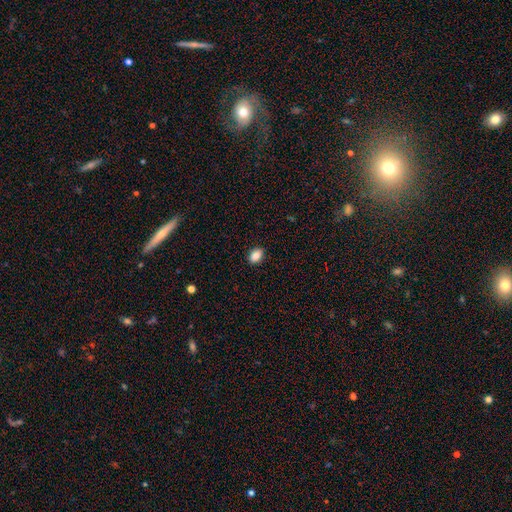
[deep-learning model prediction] smooth 87%, star or artifact 8%, featured or disk 4%. Down the decision tree: how rounded — in between (79%); merging — none (90%).